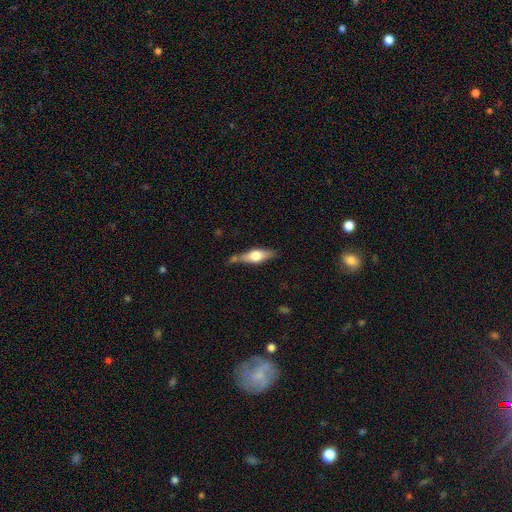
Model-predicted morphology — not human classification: Smooth or featured?
  - featured or disk: 49% *
  - smooth: 45%
  - star or artifact: 6%
Merging?
  - none: 67% *
  - minor disturbance: 20%
  - merger: 8%
  - major disturbance: 5%